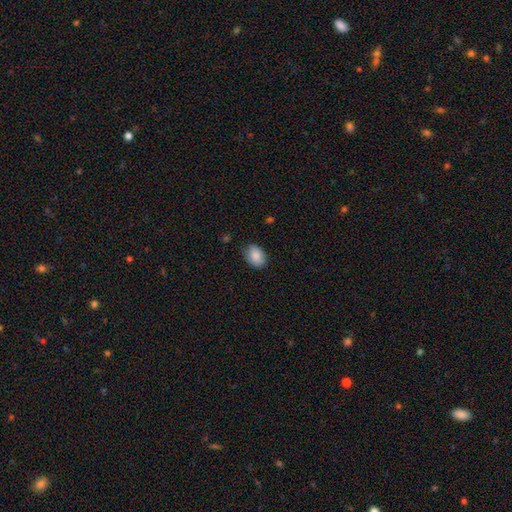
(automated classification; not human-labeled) This appears to be a smooth galaxy with no disk features (88%) that is in between round and cigar-shaped (80%). Merging: none (81%).